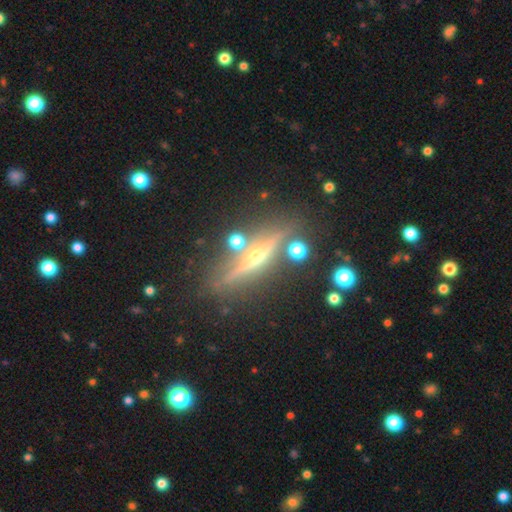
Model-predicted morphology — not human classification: smooth-or-featured: featured or disk: 80% | smooth: 11% | star or artifact: 9%
  disk-edge-on: yes: 96% | no: 4%
    edge-on-bulge: rounded: 84% | none: 12% | boxy: 4%
  merging: none: 83% | minor disturbance: 10% | merger: 4% | major disturbance: 3%